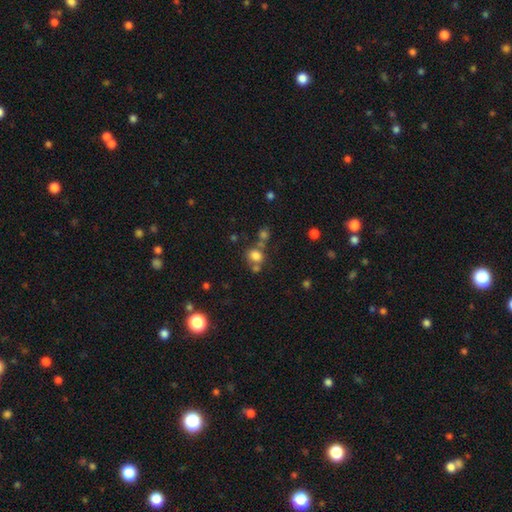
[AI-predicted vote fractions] Smooth or featured: smooth — 76% (star or artifact — 15%)
How rounded: round — 68% (in between — 31%)
Merging: none — 54% (merger — 28%)